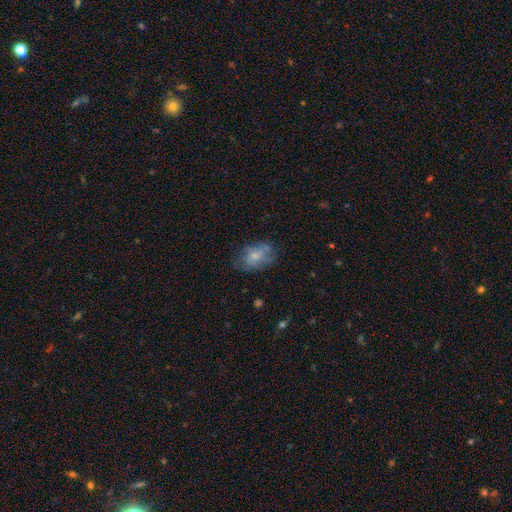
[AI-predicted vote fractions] Smooth or featured? smooth (59%)
How rounded? in between (83%)
Merging? none (52%)